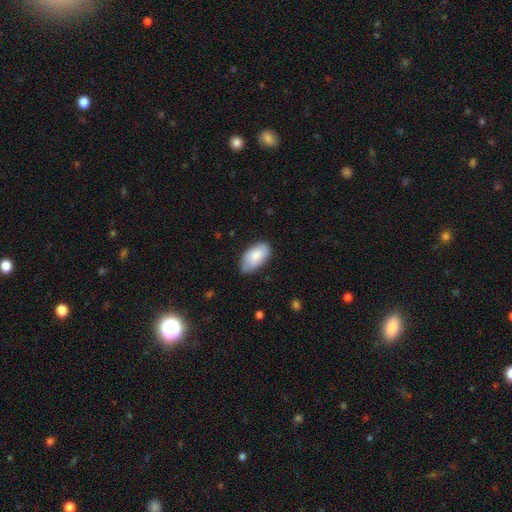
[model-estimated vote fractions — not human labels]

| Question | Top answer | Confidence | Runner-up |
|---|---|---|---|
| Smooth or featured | smooth | 82% | featured or disk (12%) |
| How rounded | in between | 95% | round (3%) |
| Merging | none | 75% | minor disturbance (21%) |